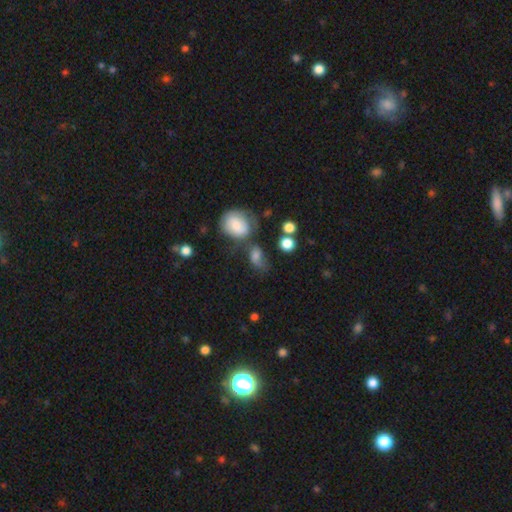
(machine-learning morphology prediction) Smooth or featured?
  - smooth: 66% *
  - featured or disk: 19%
  - star or artifact: 14%
How rounded?
  - in between: 60% *
  - round: 36%
  - cigar-shaped: 3%
Merging?
  - none: 41% *
  - minor disturbance: 22%
  - merger: 19%
  - major disturbance: 18%